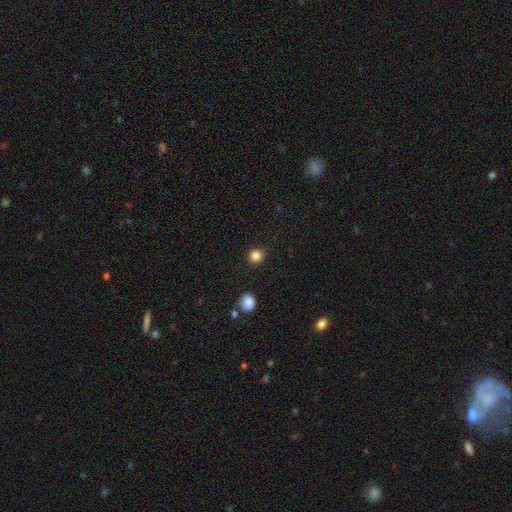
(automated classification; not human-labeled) smooth-or-featured: smooth: 85% | star or artifact: 12% | featured or disk: 4%
  how-rounded: round: 91% | in between: 8% | cigar-shaped: 1%
  merging: none: 90% | minor disturbance: 6% | major disturbance: 2% | merger: 1%